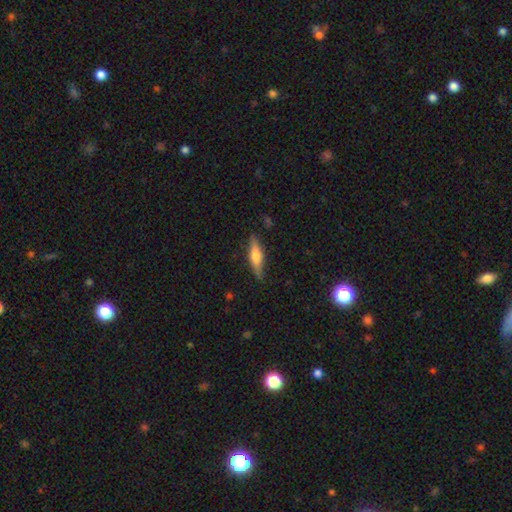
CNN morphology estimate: Overall: featured or disk (50%; smooth 44%). Edge-on disk: yes (93%). Merging: none (83%).